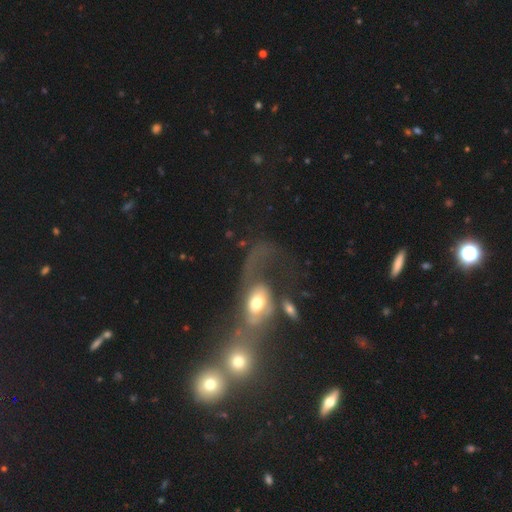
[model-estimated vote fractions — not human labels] This appears to be a featured or disk galaxy (53%). Merging: merger (51%).